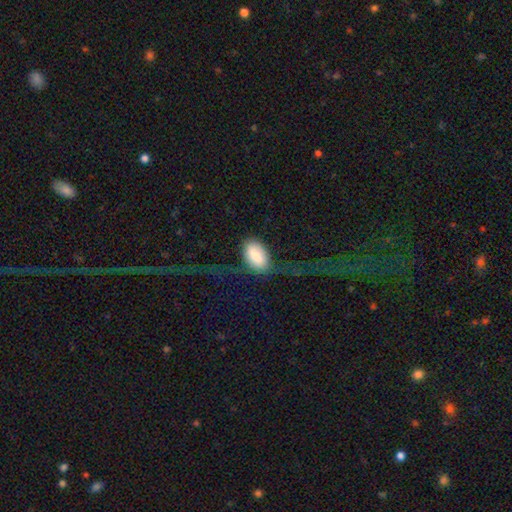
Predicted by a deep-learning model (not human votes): Smooth or featured: smooth — 77% (featured or disk — 17%)
How rounded: in between — 94% (round — 4%)
Merging: major disturbance — 42% (none — 36%)